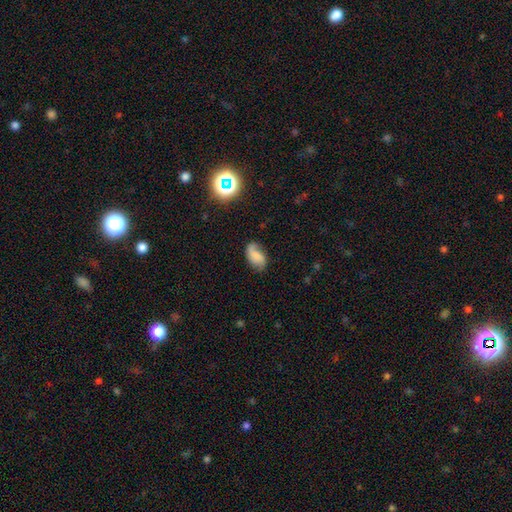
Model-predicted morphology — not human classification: Smooth or featured: smooth — 55% (featured or disk — 33%)
How rounded: in between — 90% (round — 8%)
Merging: none — 56% (minor disturbance — 28%)